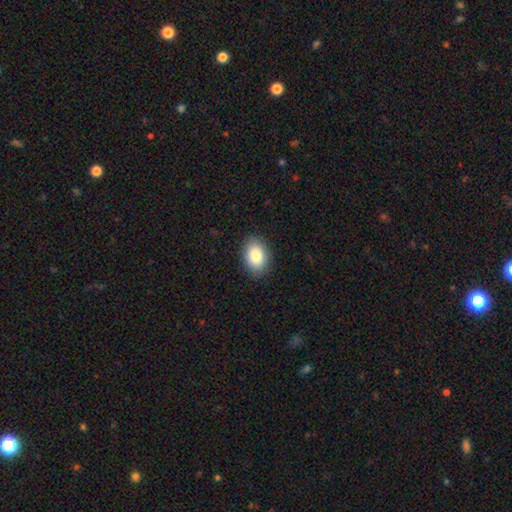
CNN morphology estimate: A smooth galaxy with no disk features (86%) that is in between round and cigar-shaped (83%).

Vote fractions:
- Smooth or featured? smooth: 86% / star or artifact: 7% / featured or disk: 7%
- How rounded? in between: 83% / round: 16% / cigar-shaped: 1%
- Merging? none: 89% / minor disturbance: 8% / major disturbance: 2% / merger: 1%